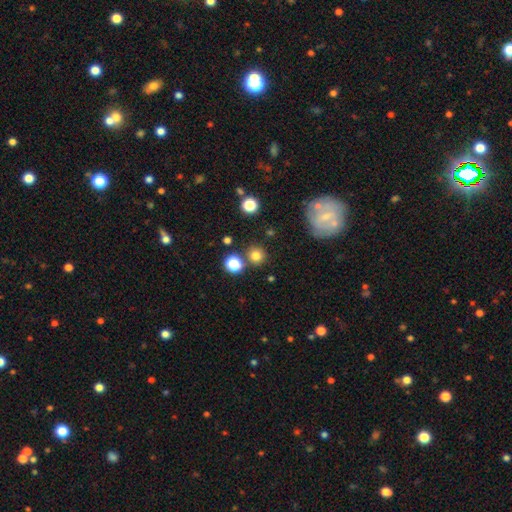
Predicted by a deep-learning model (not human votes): This is likely a smooth galaxy (78%). How rounded: clearly round (92%). Merging: clearly none (80%).